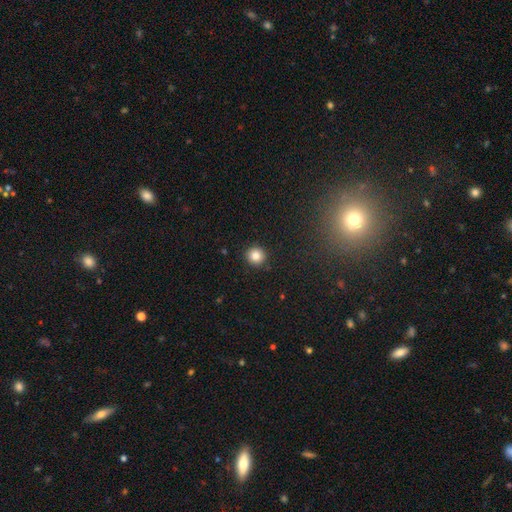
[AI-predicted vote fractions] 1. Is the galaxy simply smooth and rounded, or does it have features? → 83% smooth, 11% star or artifact, 6% featured or disk.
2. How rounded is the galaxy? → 94% round, 5% in between, 1% cigar-shaped.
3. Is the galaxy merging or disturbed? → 92% none, 5% minor disturbance, 2% major disturbance, 1% merger.